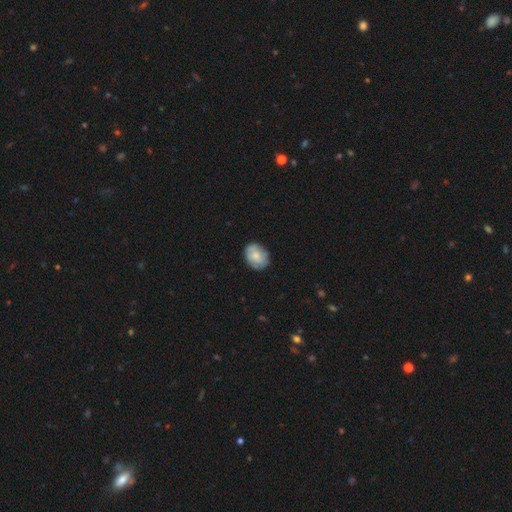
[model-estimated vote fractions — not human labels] smooth 67%, featured or disk 26%, star or artifact 7%. Down the decision tree: how rounded — in between (56%); merging — none (78%).